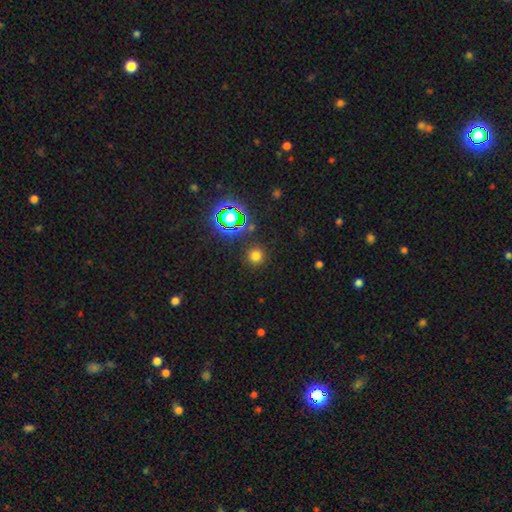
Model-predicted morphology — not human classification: smooth_or_featured: smooth (p=0.70) [alt: star or artifact p=0.24]
how_rounded: round (p=0.94) [alt: in between p=0.05]
merging: none (p=0.88) [alt: minor disturbance p=0.06]